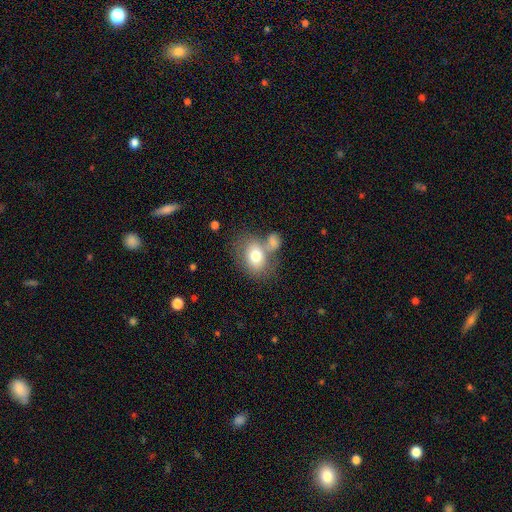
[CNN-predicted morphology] A smooth galaxy with no disk features (74%) that is in between round and cigar-shaped (64%). Merging: none (42%).